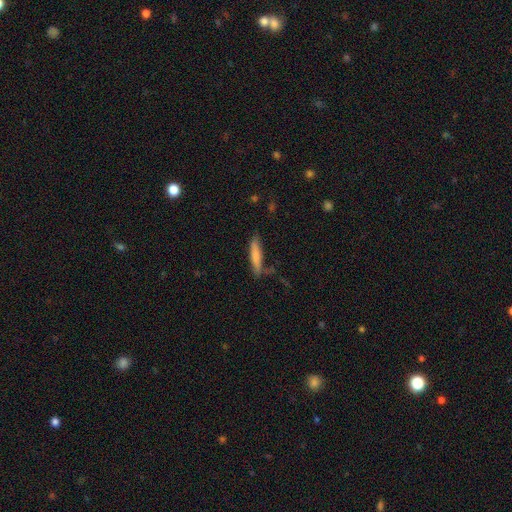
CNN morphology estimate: smooth 76%, featured or disk 18%, star or artifact 6%. Down the decision tree: how rounded — cigar-shaped (87%); merging — none (71%).